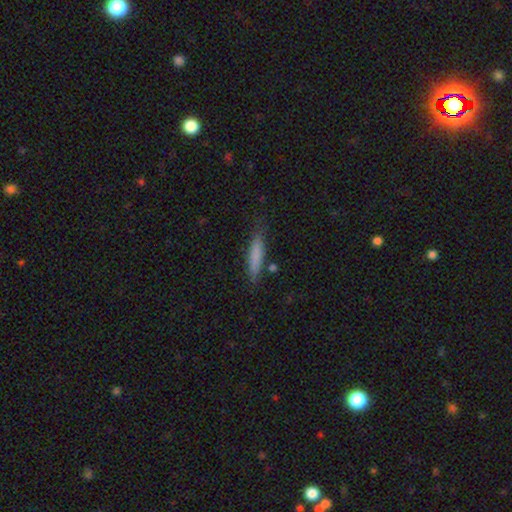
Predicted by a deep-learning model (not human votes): Smooth or featured? smooth (78%)
How rounded? cigar-shaped (87%)
Merging? none (78%)